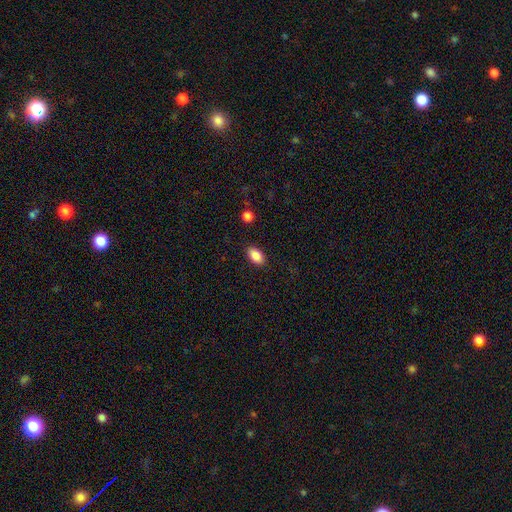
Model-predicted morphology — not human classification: Smooth or featured?
  - smooth: 87% *
  - star or artifact: 8%
  - featured or disk: 5%
How rounded?
  - in between: 92% *
  - round: 6%
  - cigar-shaped: 2%
Merging?
  - none: 88% *
  - minor disturbance: 9%
  - major disturbance: 2%
  - merger: 1%